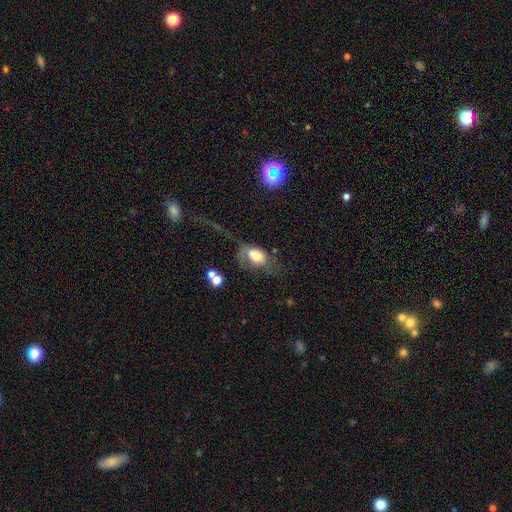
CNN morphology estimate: A smooth galaxy with no disk features (58%) that is in between round and cigar-shaped (73%). Merging: major disturbance (53%).